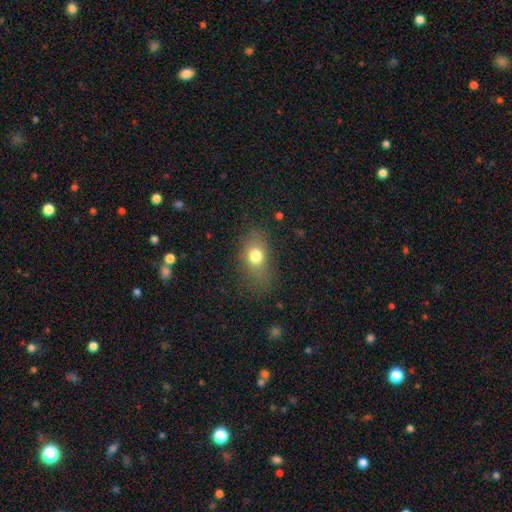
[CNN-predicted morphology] Smooth or featured? Predicted: smooth (p=0.75). How rounded? Predicted: in between (p=0.73). Merging? Predicted: none (p=0.69).